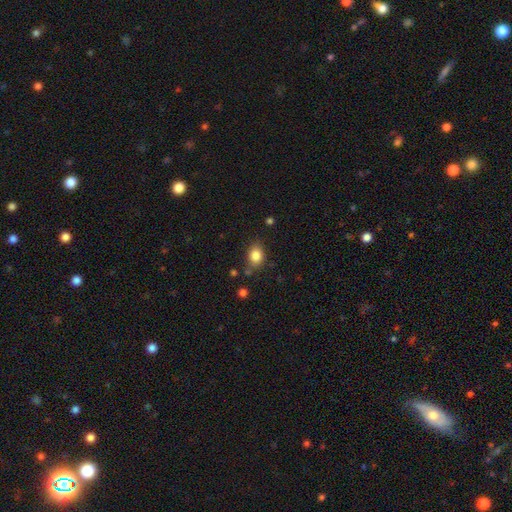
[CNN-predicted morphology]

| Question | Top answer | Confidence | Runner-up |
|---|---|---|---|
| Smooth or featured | smooth | 85% | star or artifact (10%) |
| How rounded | in between | 58% | round (41%) |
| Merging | none | 76% | minor disturbance (16%) |